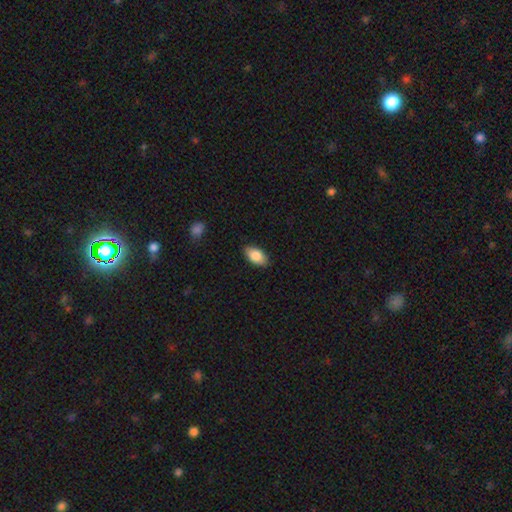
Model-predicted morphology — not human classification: Smooth or featured? smooth (85%)
How rounded? in between (93%)
Merging? none (87%)